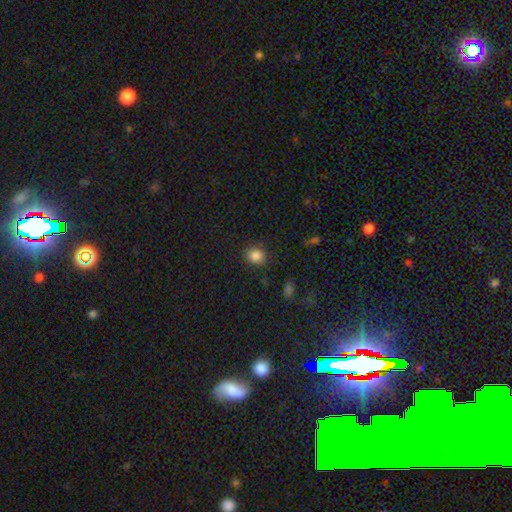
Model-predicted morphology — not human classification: The model was most divided on "how rounded": round: 76%, in between: 23%, cigar-shaped: 1%. More confident: merging — none (87%); smooth or featured — smooth (85%).